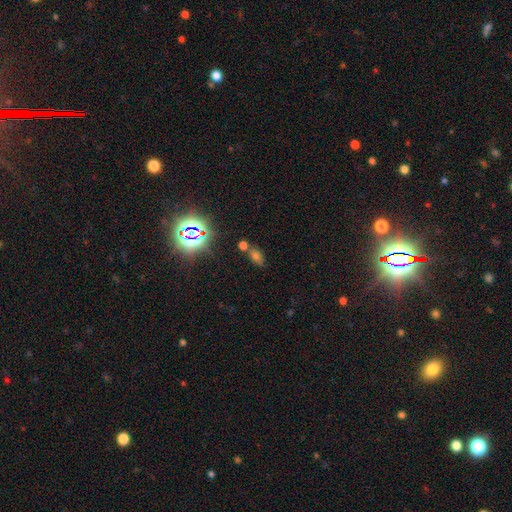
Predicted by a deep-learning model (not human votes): smooth-or-featured: star or artifact: 49% | smooth: 40% | featured or disk: 11%